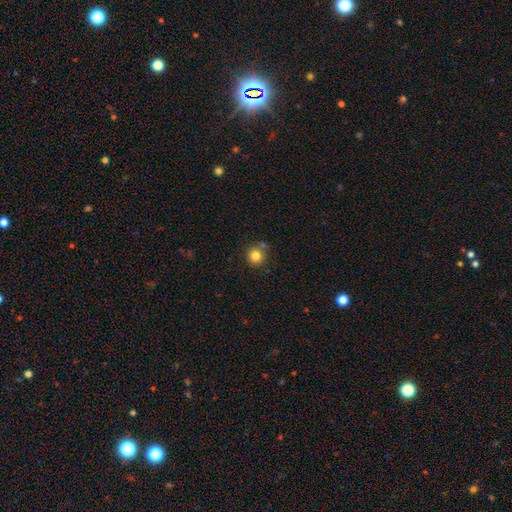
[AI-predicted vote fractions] smooth-or-featured: smooth: 83% | star or artifact: 11% | featured or disk: 6%
  how-rounded: round: 93% | in between: 6% | cigar-shaped: 1%
  merging: none: 76% | minor disturbance: 11% | merger: 10% | major disturbance: 3%